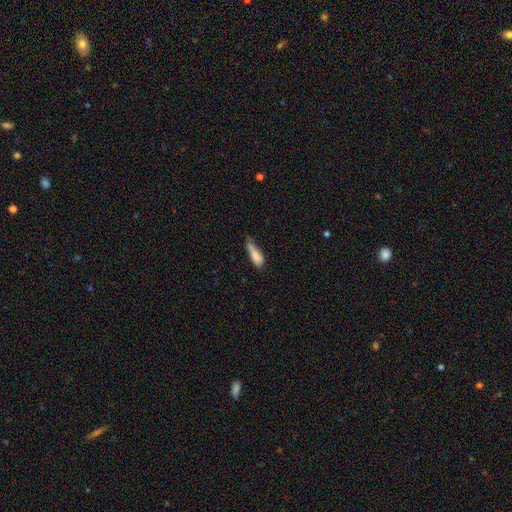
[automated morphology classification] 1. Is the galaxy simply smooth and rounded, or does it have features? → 80% smooth, 12% featured or disk, 8% star or artifact.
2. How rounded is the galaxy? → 54% cigar-shaped, 43% in between, 2% round.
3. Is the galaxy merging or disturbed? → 41% minor disturbance, 32% none, 19% major disturbance, 8% merger.